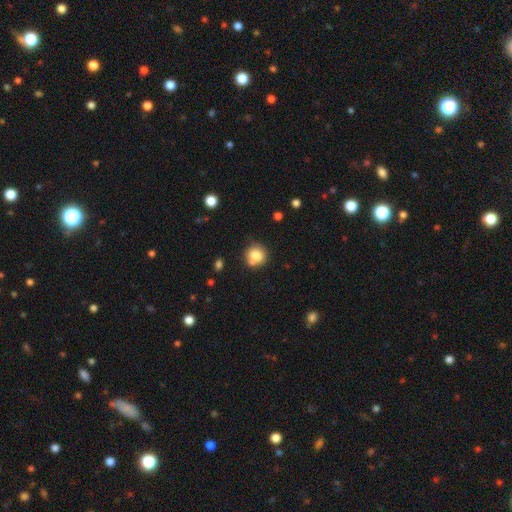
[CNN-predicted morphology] Smooth or featured: smooth — 77% (featured or disk — 13%)
How rounded: round — 82% (in between — 17%)
Merging: none — 58% (merger — 22%)